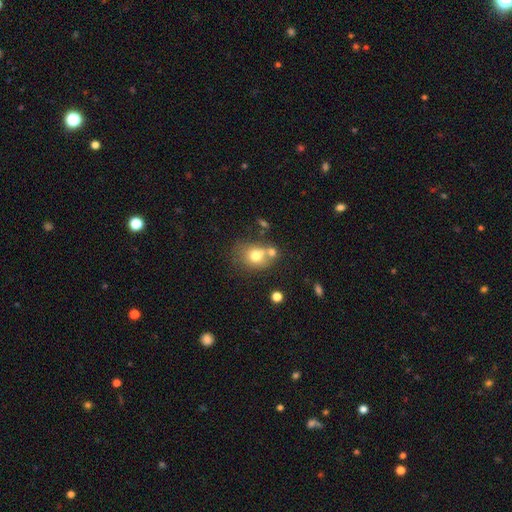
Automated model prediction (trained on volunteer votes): Q: Smooth or featured?
A: smooth (69%); runner-up: featured or disk (19%)
Q: How rounded?
A: round (58%); runner-up: in between (41%)
Q: Merging?
A: none (40%); runner-up: merger (38%)